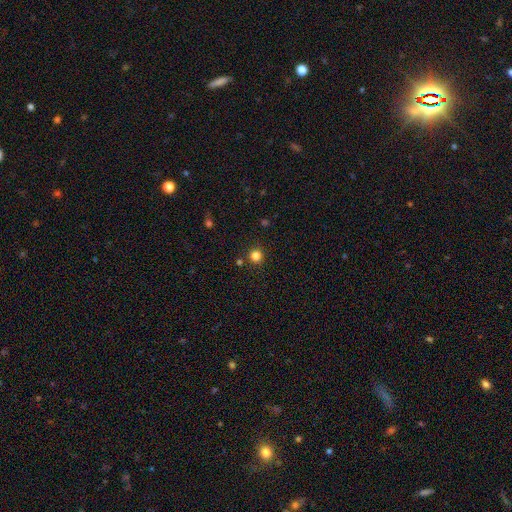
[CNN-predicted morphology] The model was most divided on "smooth or featured": smooth: 82%, star or artifact: 14%, featured or disk: 4%. More confident: how rounded — round (95%); merging — none (89%).